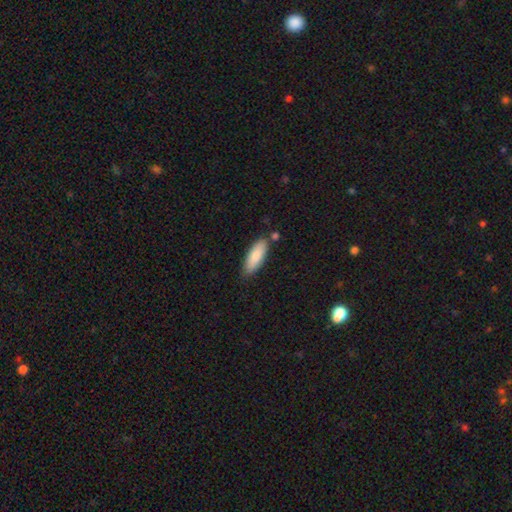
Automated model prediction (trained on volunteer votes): The model was most divided on "how rounded": in between: 62%, cigar-shaped: 36%, round: 2%. More confident: smooth or featured — smooth (84%); merging — none (77%).